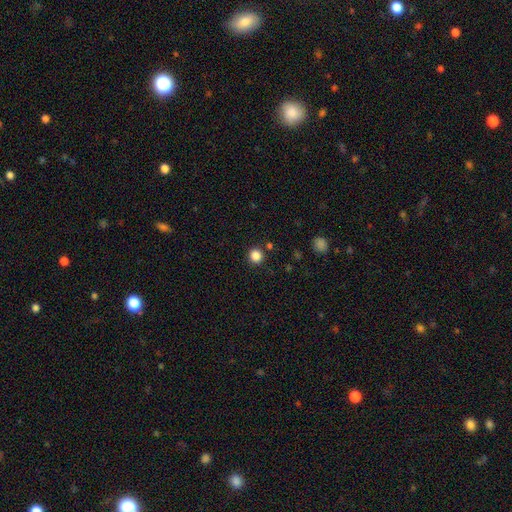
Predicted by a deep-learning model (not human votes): Q: Smooth or featured?
A: smooth (85%); runner-up: star or artifact (12%)
Q: How rounded?
A: round (93%); runner-up: in between (6%)
Q: Merging?
A: none (90%); runner-up: minor disturbance (5%)